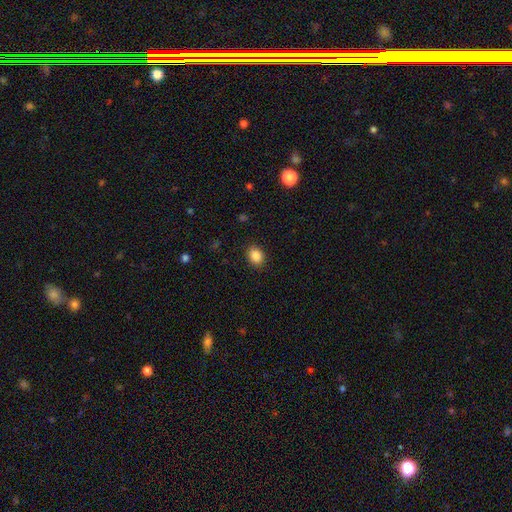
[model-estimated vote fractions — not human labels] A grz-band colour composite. It shows a smooth galaxy with no disk features (88%) that is in between round and cigar-shaped (57%). Merging: none (88%).